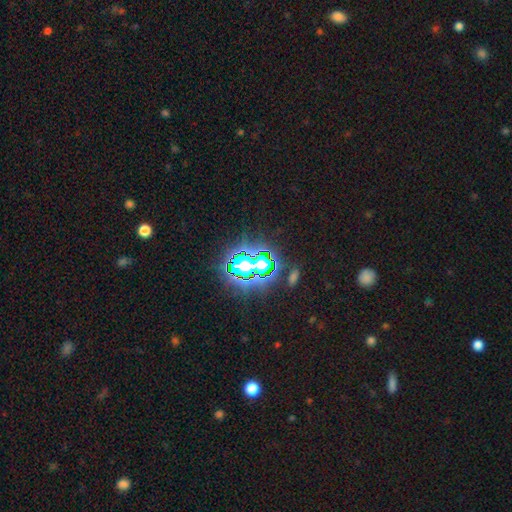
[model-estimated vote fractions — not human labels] The model was most divided on "smooth or featured": star or artifact: 73%, smooth: 16%, featured or disk: 12%.